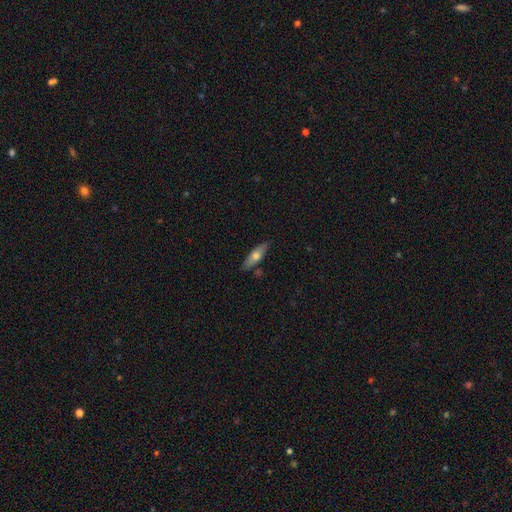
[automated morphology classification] Smooth or featured?
  - smooth: 59% *
  - featured or disk: 35%
  - star or artifact: 6%
How rounded?
  - cigar-shaped: 56% *
  - in between: 42%
  - round: 2%
Merging?
  - none: 84% *
  - minor disturbance: 11%
  - merger: 3%
  - major disturbance: 2%